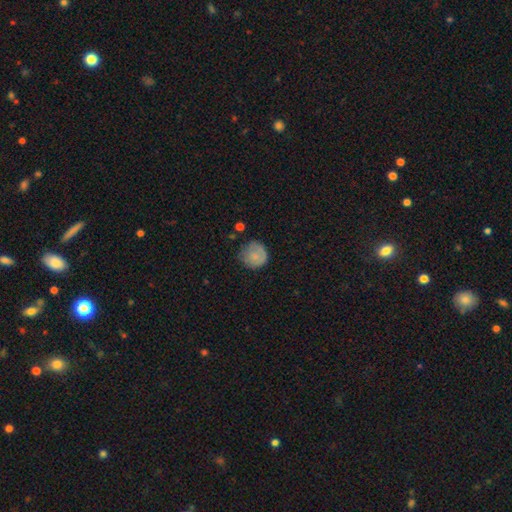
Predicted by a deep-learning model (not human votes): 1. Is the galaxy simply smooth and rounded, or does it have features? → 78% smooth, 13% featured or disk, 8% star or artifact.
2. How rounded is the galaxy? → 91% round, 8% in between, 1% cigar-shaped.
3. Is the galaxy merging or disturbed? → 65% none, 25% minor disturbance, 8% major disturbance, 2% merger.